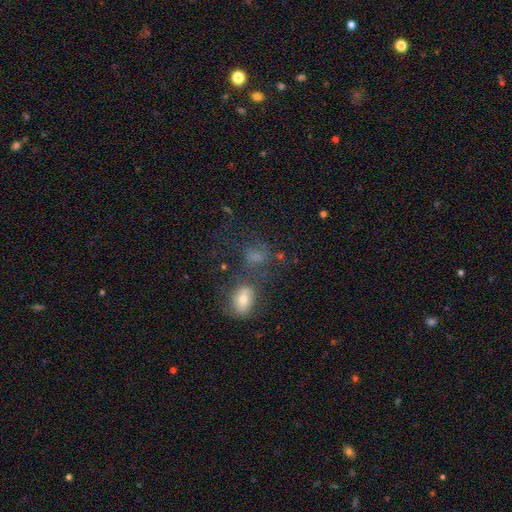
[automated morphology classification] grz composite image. It shows a smooth galaxy with no disk features (59%) that is in between round and cigar-shaped (54%). Merging: none (44%).